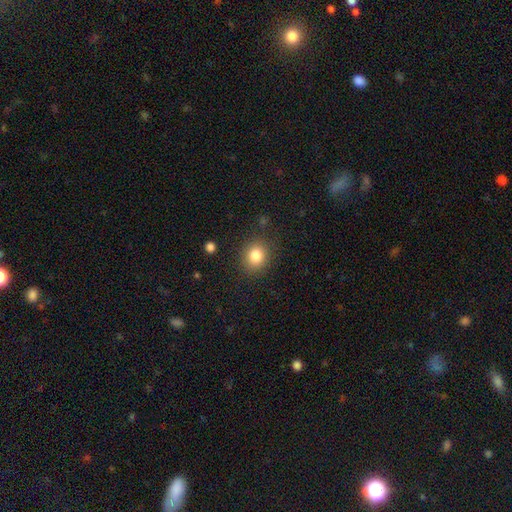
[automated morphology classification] This is clearly a smooth galaxy (82%). How rounded: likely round (72%). Merging: clearly none (86%).